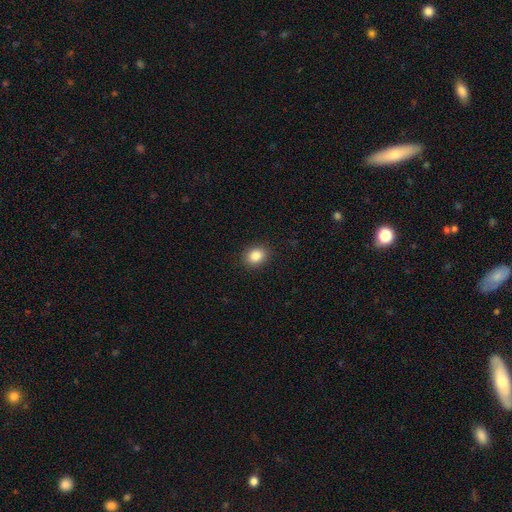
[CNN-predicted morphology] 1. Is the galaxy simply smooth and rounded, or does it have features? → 85% smooth, 9% star or artifact, 5% featured or disk.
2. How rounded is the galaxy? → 55% in between, 44% round, 1% cigar-shaped.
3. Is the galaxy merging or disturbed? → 90% none, 7% minor disturbance, 2% major disturbance, 1% merger.